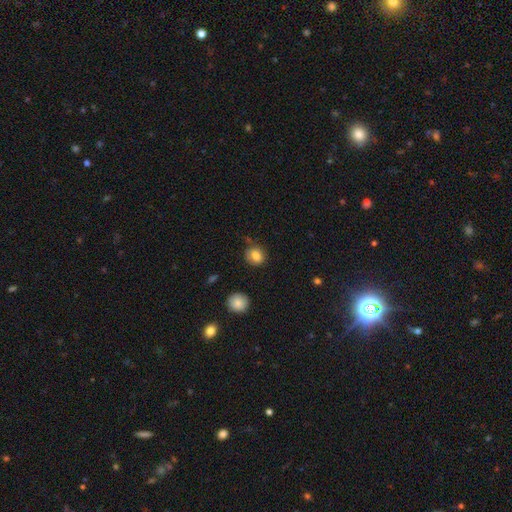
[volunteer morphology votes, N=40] This appears to be a smooth galaxy with no disk features (85%) that is round (76%). Merging: none (79%).